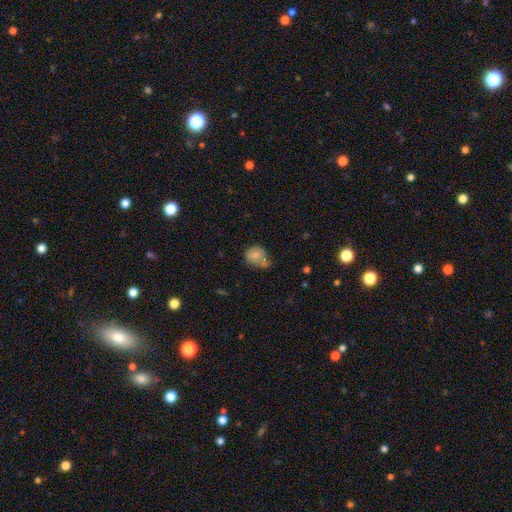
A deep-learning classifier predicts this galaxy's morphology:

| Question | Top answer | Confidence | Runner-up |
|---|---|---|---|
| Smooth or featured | smooth | 76% | featured or disk (14%) |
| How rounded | round | 50% | in between (49%) |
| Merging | none | 37% | minor disturbance (32%) |